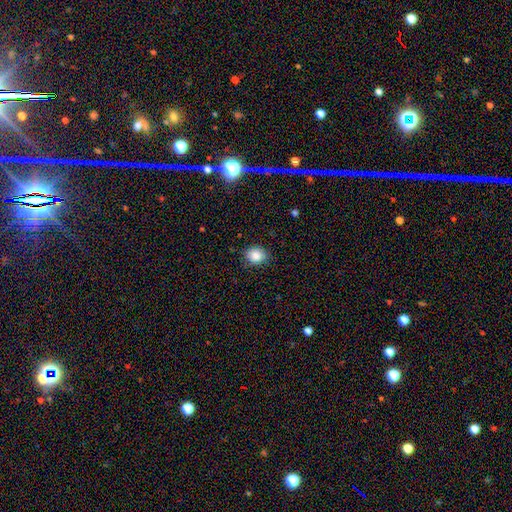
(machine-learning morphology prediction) This is clearly a smooth galaxy (85%). How rounded: possibly round (55%). Merging: clearly none (84%).